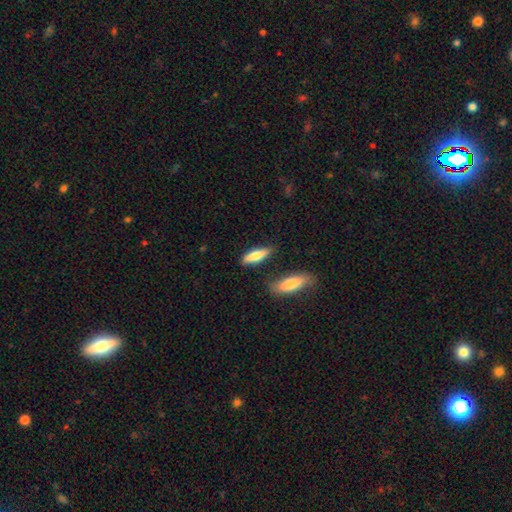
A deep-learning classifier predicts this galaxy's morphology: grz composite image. It shows a smooth galaxy with no disk features (73%) that is cigar-shaped (57%). Merging: none (78%).